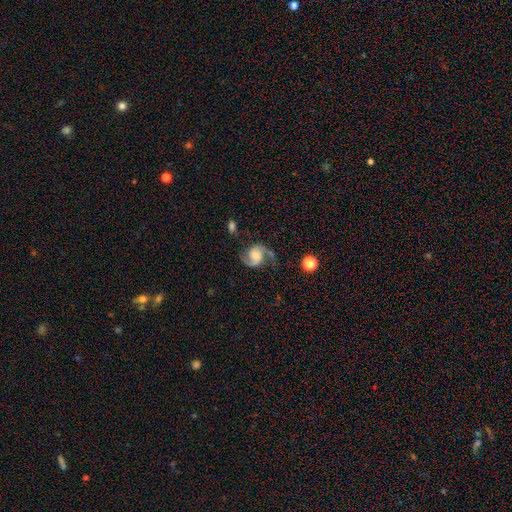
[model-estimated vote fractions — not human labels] A featured or disk galaxy (86%) with no bar (62%), 2 (90%) medium (54%) spiral arms (97%) and a small central bulge (29%). Merging: none (66%).